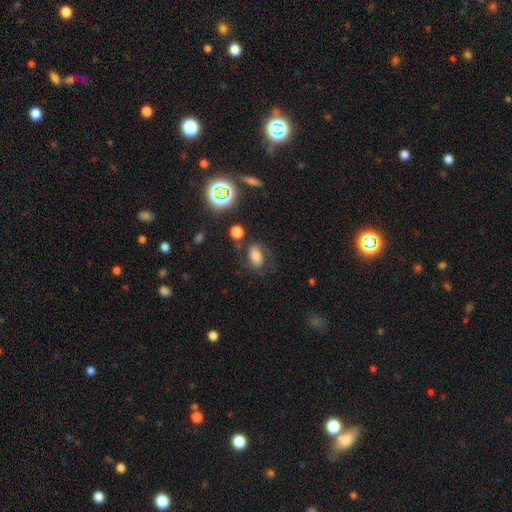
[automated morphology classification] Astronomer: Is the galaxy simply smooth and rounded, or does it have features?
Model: smooth — 53% (runner-up: featured or disk, 32%).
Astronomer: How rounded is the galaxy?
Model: in between — 85%.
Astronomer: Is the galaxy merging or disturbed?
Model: none — 60%.